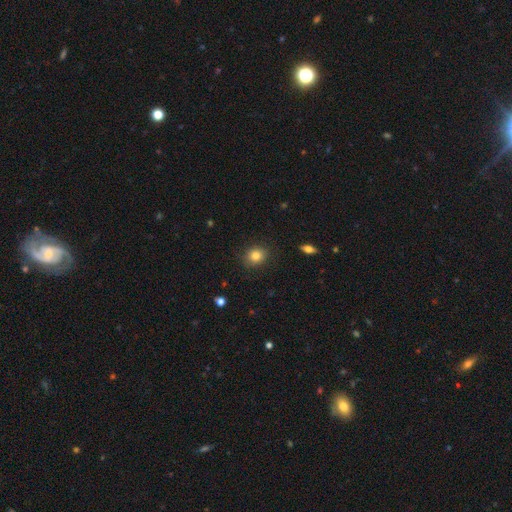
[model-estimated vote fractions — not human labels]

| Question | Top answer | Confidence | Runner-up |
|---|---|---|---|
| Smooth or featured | smooth | 82% | star or artifact (10%) |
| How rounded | round | 66% | in between (33%) |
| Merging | none | 86% | minor disturbance (10%) |